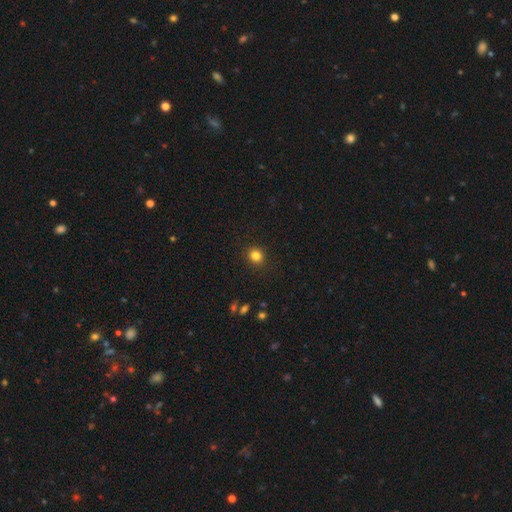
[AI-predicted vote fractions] Overall: smooth (82%). How rounded: round (85%). Merging: none (90%).